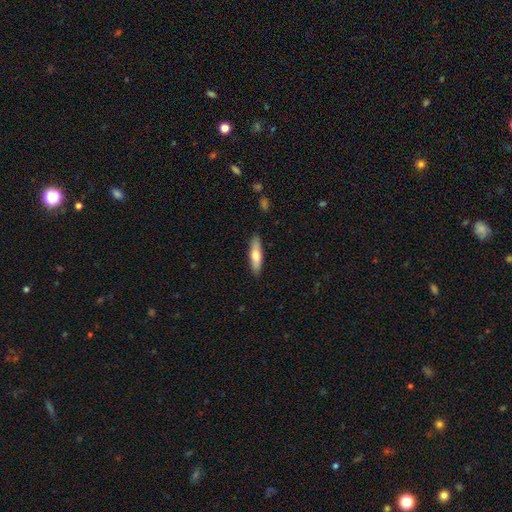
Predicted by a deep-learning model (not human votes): Overall: smooth (68%). How rounded: cigar-shaped (69%). Merging: none (88%).